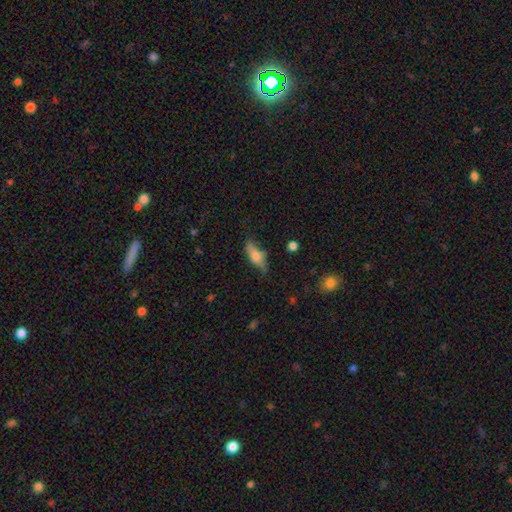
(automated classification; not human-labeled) Q: Smooth or featured?
A: smooth (55%); runner-up: featured or disk (37%)
Q: How rounded?
A: in between (60%); runner-up: cigar-shaped (36%)
Q: Merging?
A: none (65%); runner-up: minor disturbance (25%)